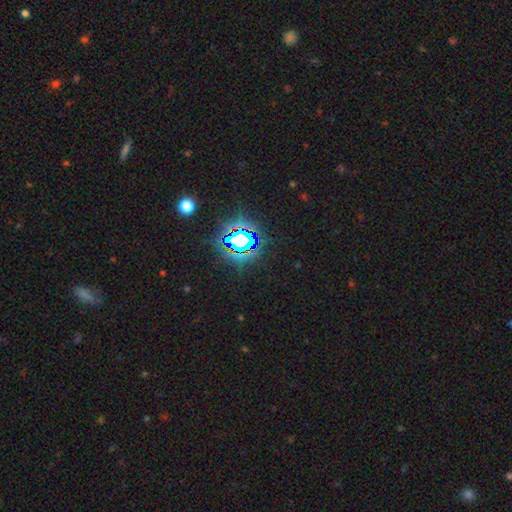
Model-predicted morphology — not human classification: The model was most divided on "smooth or featured": star or artifact: 82%, smooth: 12%, featured or disk: 6%.